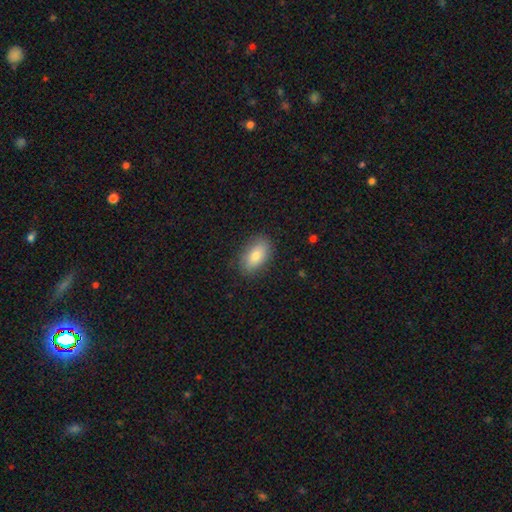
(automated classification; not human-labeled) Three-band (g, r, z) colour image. It shows a smooth galaxy with no disk features (80%) that is in between round and cigar-shaped (90%). Merging: none (85%).